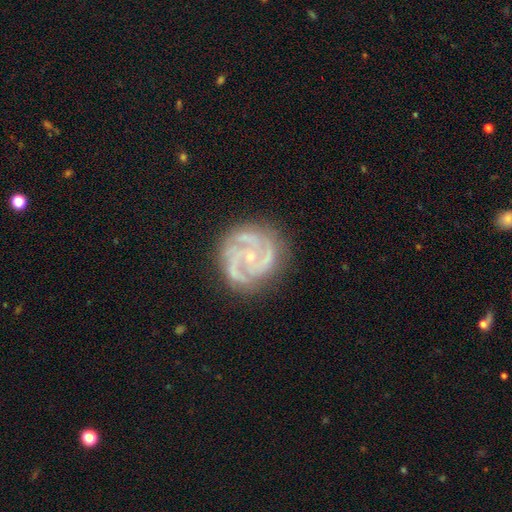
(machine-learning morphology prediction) Smooth or featured? featured or disk (83%)
Edge-on disk? no (98%)
Bar? no (61%)
Spiral arms? yes (95%)
Spiral winding? tight (54%)
Spiral arm count? 3 (35%)
Bulge size? small (75%)
Merging? none (76%)